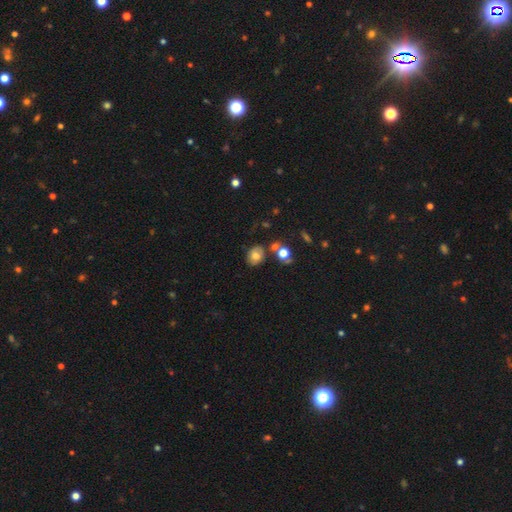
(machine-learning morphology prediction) Smooth or featured?
  - smooth: 69% *
  - featured or disk: 18%
  - star or artifact: 13%
How rounded?
  - in between: 56% *
  - round: 43%
  - cigar-shaped: 1%
Merging?
  - none: 71% *
  - minor disturbance: 14%
  - merger: 11%
  - major disturbance: 4%